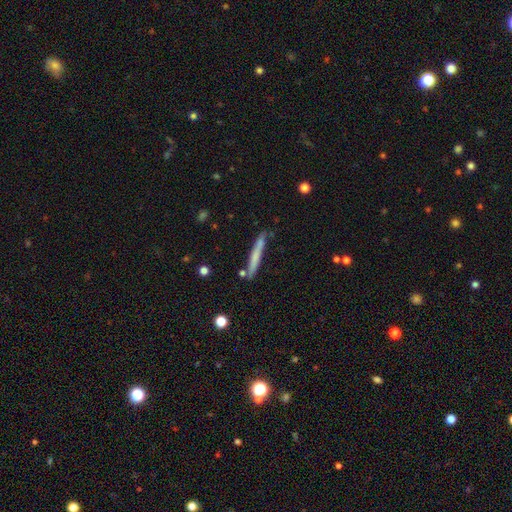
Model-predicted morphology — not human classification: Smooth or featured?
  - smooth: 58% *
  - featured or disk: 35%
  - star or artifact: 7%
How rounded?
  - cigar-shaped: 96% *
  - in between: 3%
  - round: 1%
Merging?
  - none: 78% *
  - minor disturbance: 15%
  - merger: 4%
  - major disturbance: 3%